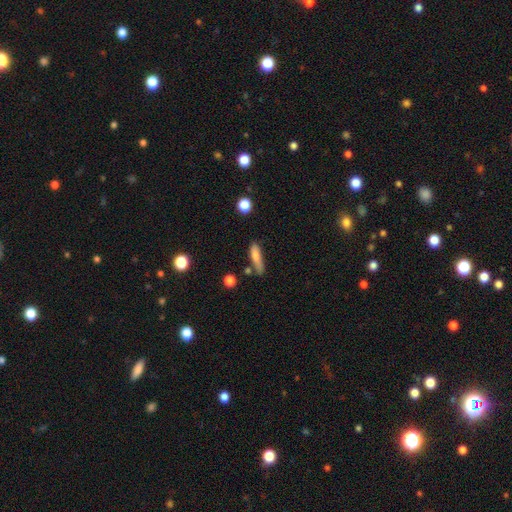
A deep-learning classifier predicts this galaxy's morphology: Smooth or featured?
  - smooth: 75% *
  - featured or disk: 17%
  - star or artifact: 8%
How rounded?
  - cigar-shaped: 72% *
  - in between: 25%
  - round: 3%
Merging?
  - none: 53% *
  - minor disturbance: 28%
  - major disturbance: 10%
  - merger: 9%